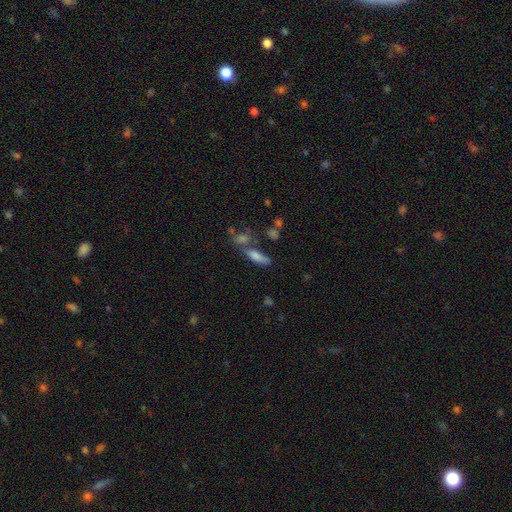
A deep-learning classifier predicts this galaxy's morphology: A smooth galaxy with no disk features (71%) that is in between round and cigar-shaped (51%).

Vote fractions:
- Smooth or featured? smooth: 71% / featured or disk: 18% / star or artifact: 11%
- How rounded? in between: 51% / cigar-shaped: 46% / round: 3%
- Merging? none: 50% / merger: 28% / minor disturbance: 15% / major disturbance: 7%